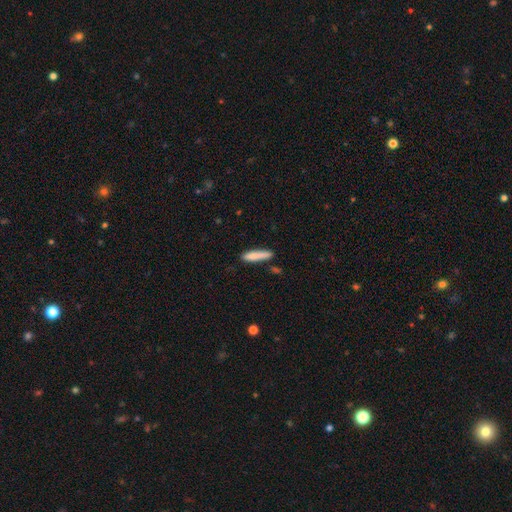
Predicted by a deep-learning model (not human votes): The model was most divided on "merging": none: 74%, minor disturbance: 18%, merger: 5%, major disturbance: 4%. More confident: how rounded — cigar-shaped (86%); smooth or featured — smooth (81%).